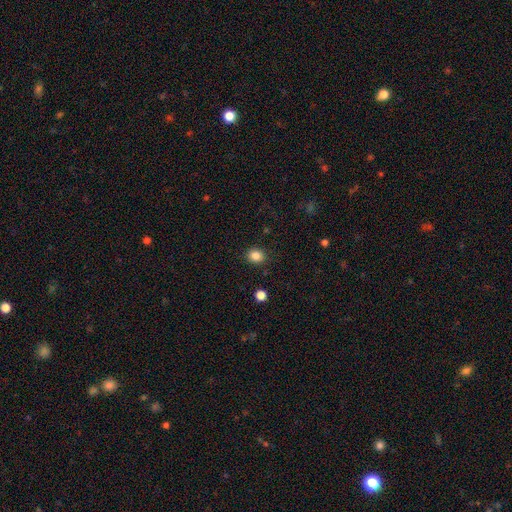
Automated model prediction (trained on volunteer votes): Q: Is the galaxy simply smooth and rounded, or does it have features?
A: smooth — 85%.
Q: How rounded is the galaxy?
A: round — 67%.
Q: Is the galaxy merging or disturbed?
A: none — 89%.